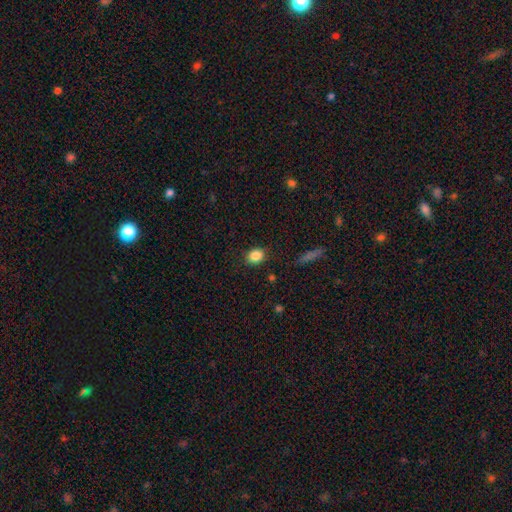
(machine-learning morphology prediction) A smooth galaxy with no disk features (85%) that is round (56%). Merging: none (87%).